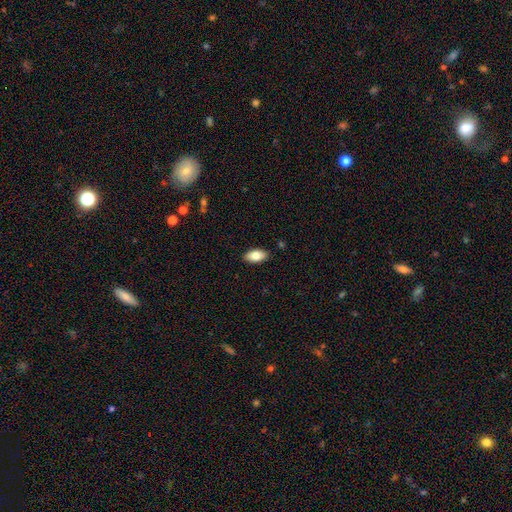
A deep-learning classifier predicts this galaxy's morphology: This is clearly a smooth galaxy (80%). How rounded: clearly in between (92%). Merging: clearly none (89%).